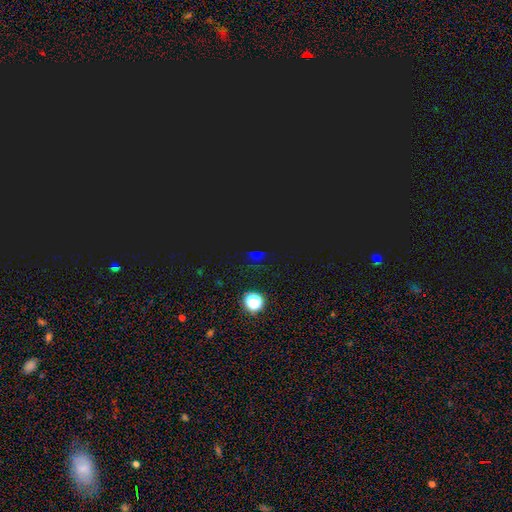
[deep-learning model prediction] Q: Smooth or featured?
A: star or artifact (69%); runner-up: smooth (24%)